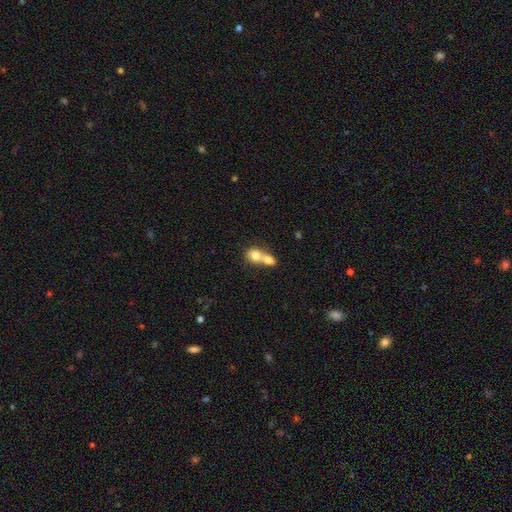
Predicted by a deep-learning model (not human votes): Smooth or featured: smooth — 74% (featured or disk — 18%)
How rounded: round — 58% (in between — 40%)
Merging: merger — 75% (none — 18%)